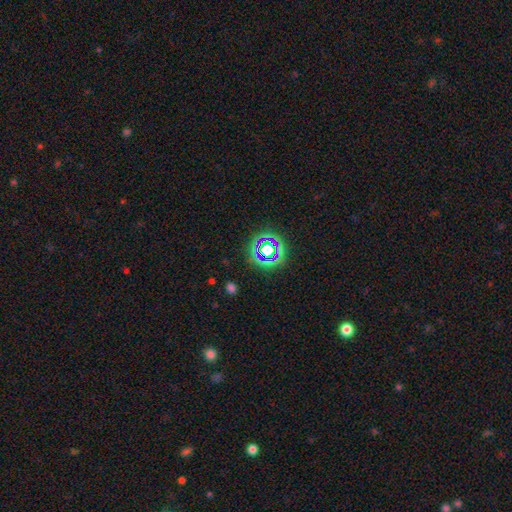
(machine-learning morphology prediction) smooth_or_featured: star or artifact (p=0.67) [alt: smooth p=0.24]